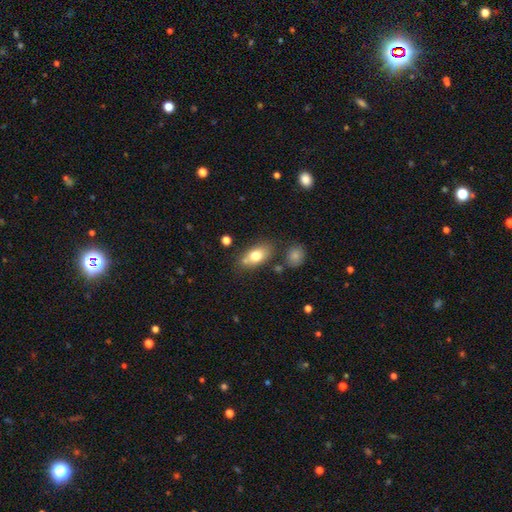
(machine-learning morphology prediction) smooth-or-featured: smooth: 75% | featured or disk: 17% | star or artifact: 8%
  how-rounded: in between: 84% | round: 11% | cigar-shaped: 5%
  merging: none: 65% | minor disturbance: 16% | merger: 15% | major disturbance: 5%